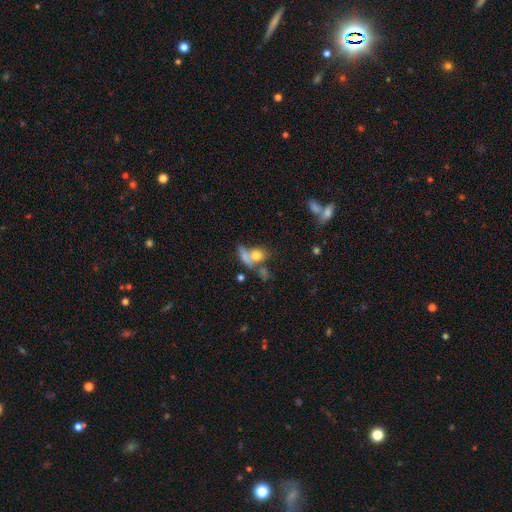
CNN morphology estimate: Overall: smooth (71%). How rounded: round (52%; in between 40%). Merging: merger (42%; none 35%).